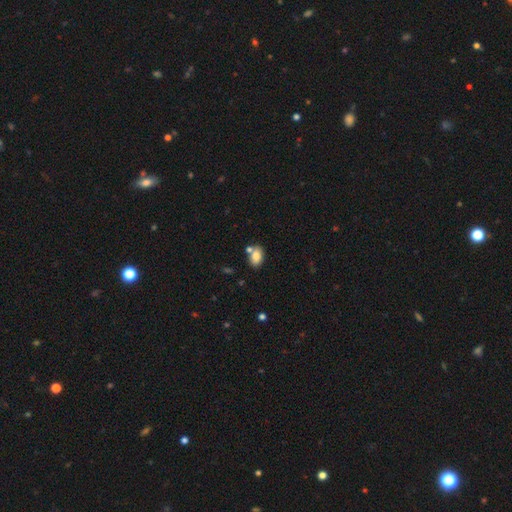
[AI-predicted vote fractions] Overall: smooth (83%). How rounded: in between (88%). Merging: none (65%).